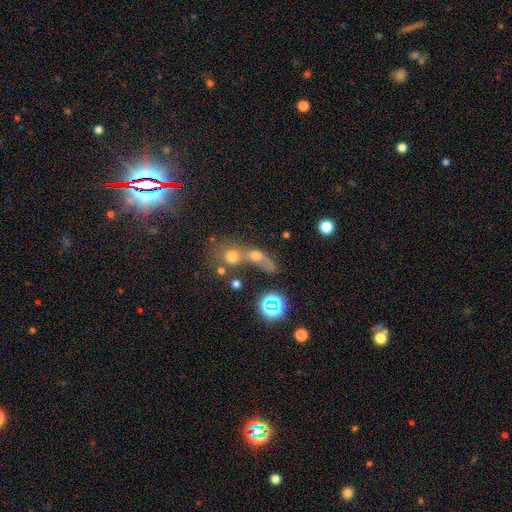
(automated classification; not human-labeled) A smooth galaxy with no disk features (58%) that is round (57%).

Vote fractions:
- Smooth or featured? smooth: 58% / star or artifact: 23% / featured or disk: 19%
- How rounded? round: 57% / in between: 35% / cigar-shaped: 8%
- Merging? merger: 60% / none: 23% / major disturbance: 10% / minor disturbance: 7%